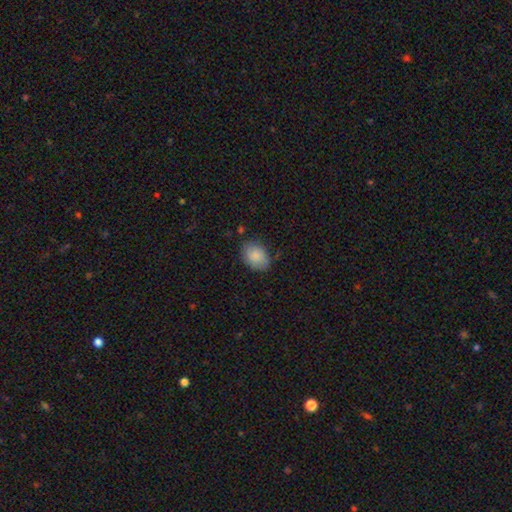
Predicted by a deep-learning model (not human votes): smooth_or_featured: smooth (p=0.84) [alt: featured or disk p=0.09]
how_rounded: in between (p=0.73) [alt: round p=0.26]
merging: none (p=0.75) [alt: minor disturbance p=0.19]